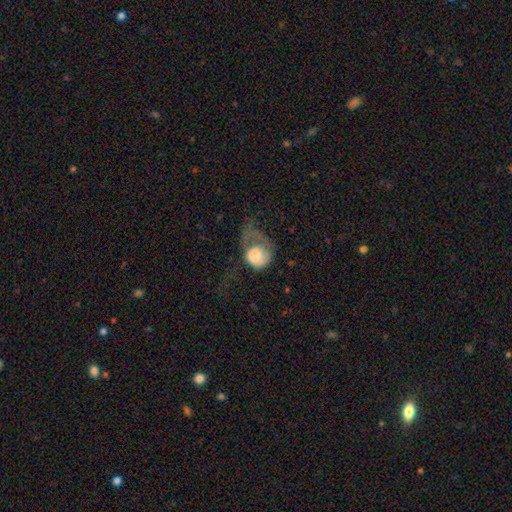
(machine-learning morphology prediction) The model was most divided on "how rounded": round: 64%, in between: 35%, cigar-shaped: 1%. More confident: smooth or featured — smooth (66%); merging — major disturbance (65%).